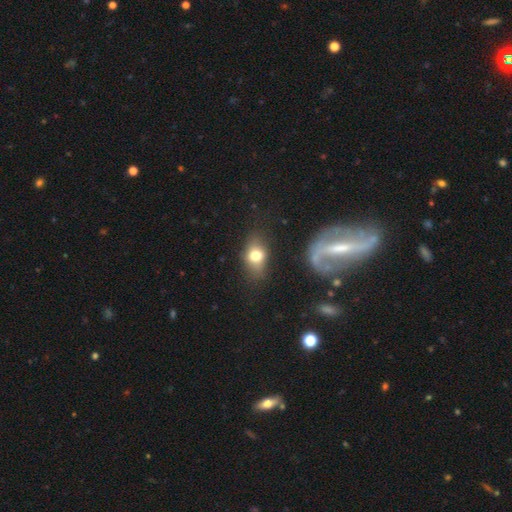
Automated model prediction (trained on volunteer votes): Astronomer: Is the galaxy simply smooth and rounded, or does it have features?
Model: smooth — 70%.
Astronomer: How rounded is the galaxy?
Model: in between — 75%.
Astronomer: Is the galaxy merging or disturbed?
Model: none — 71%.